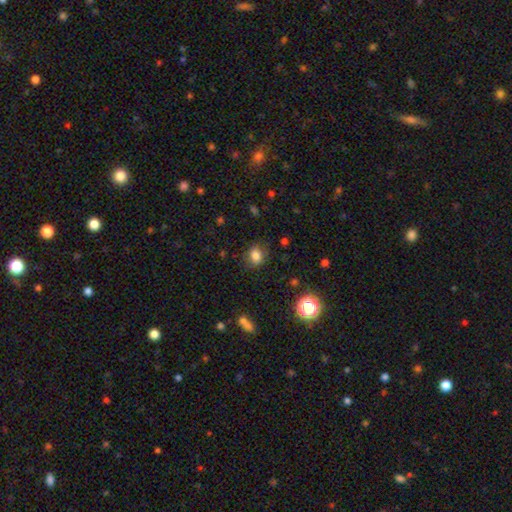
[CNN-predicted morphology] smooth_or_featured: smooth (p=0.80) [alt: star or artifact p=0.13]
how_rounded: in between (p=0.51) [alt: round p=0.48]
merging: none (p=0.81) [alt: minor disturbance p=0.13]